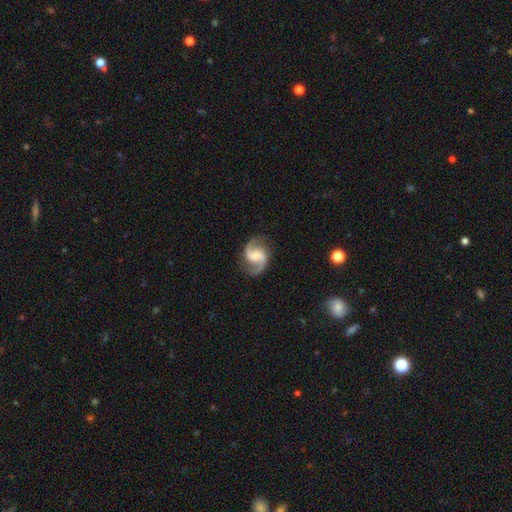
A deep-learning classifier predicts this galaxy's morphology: A featured or disk galaxy (90%) with a weak bar (44%), 2 (94%) medium (54%) spiral arms (98%) and a moderate central bulge (45%). Merging: none (84%).